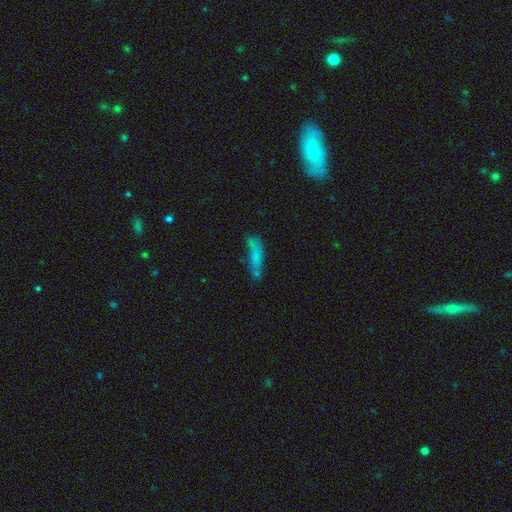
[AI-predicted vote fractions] Q: Smooth or featured?
A: smooth (68%); runner-up: featured or disk (19%)
Q: How rounded?
A: cigar-shaped (71%); runner-up: in between (27%)
Q: Merging?
A: none (52%); runner-up: minor disturbance (25%)